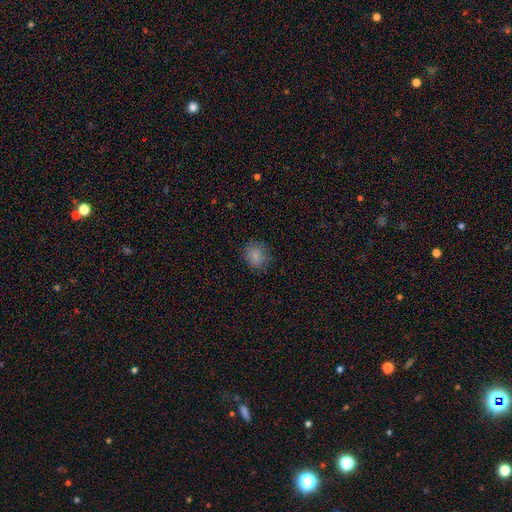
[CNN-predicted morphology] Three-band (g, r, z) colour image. It shows a smooth galaxy with no disk features (85%) that is round (71%). Merging: none (83%).